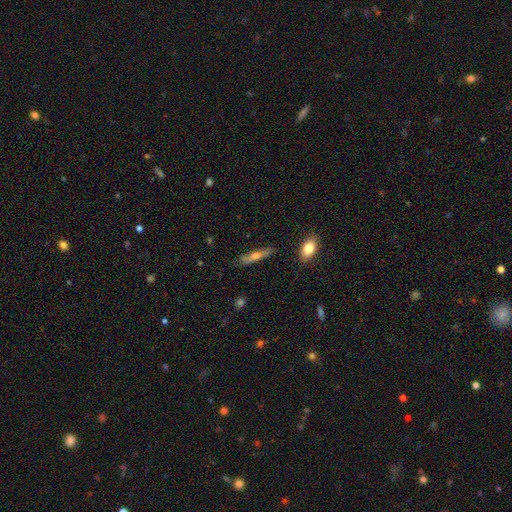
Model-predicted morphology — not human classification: This appears to be a smooth galaxy with no disk features (46%). Merging: none (81%).